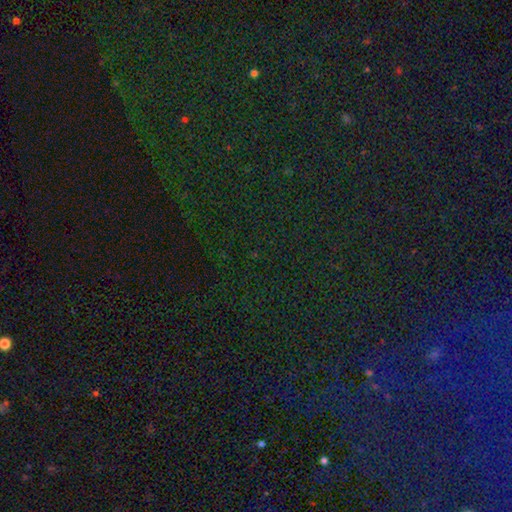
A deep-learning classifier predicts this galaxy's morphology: type=star or artifact (83%).